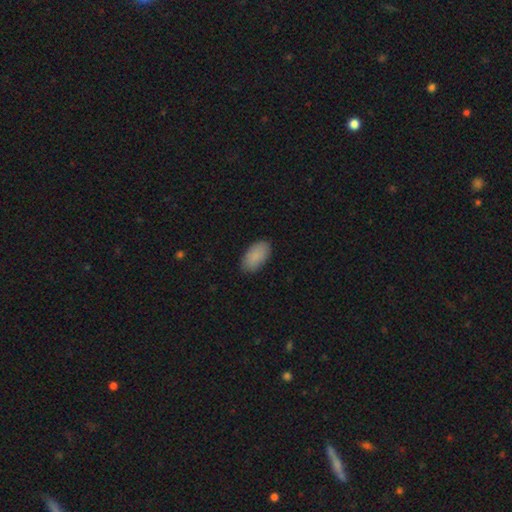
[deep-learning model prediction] Smooth or featured: smooth — 89% (star or artifact — 6%)
How rounded: in between — 95% (round — 3%)
Merging: none — 86% (minor disturbance — 11%)